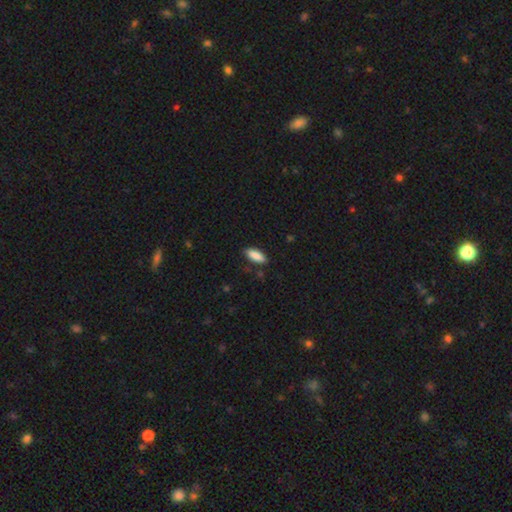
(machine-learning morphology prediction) Smooth or featured: smooth — 88% (star or artifact — 7%)
How rounded: in between — 74% (cigar-shaped — 24%)
Merging: none — 86% (minor disturbance — 11%)